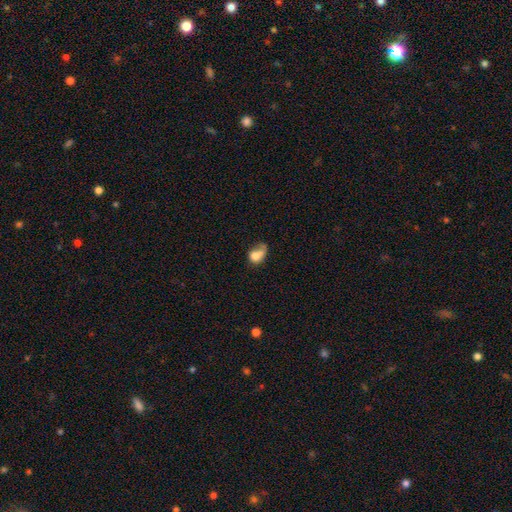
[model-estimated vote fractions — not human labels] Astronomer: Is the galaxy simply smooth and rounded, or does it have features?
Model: smooth — 70%.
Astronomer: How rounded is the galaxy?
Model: in between — 51% (runner-up: round, 47%).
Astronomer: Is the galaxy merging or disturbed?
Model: merger — 39% (runner-up: none, 24%).